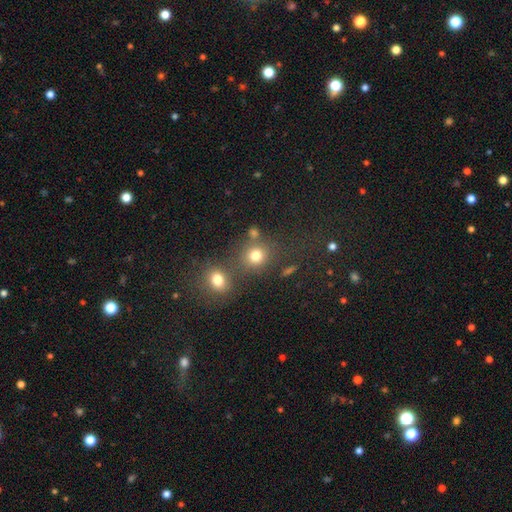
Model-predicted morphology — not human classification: Smooth or featured?
  - smooth: 76% *
  - star or artifact: 16%
  - featured or disk: 8%
How rounded?
  - round: 81% *
  - in between: 18%
  - cigar-shaped: 1%
Merging?
  - none: 62% *
  - merger: 23%
  - minor disturbance: 10%
  - major disturbance: 5%